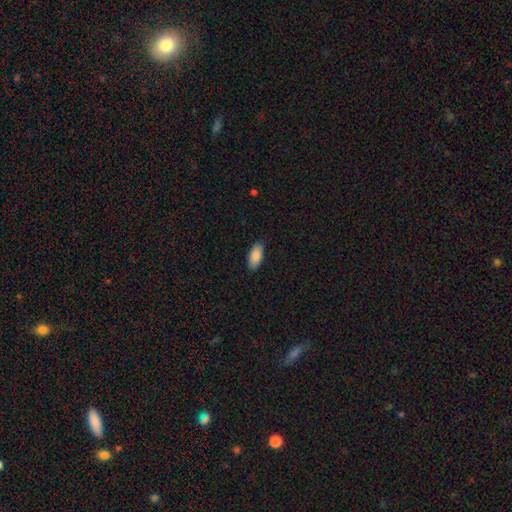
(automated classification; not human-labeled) A smooth galaxy with no disk features (88%) that is in between round and cigar-shaped (89%).

Vote fractions:
- Smooth or featured? smooth: 88% / star or artifact: 6% / featured or disk: 6%
- How rounded? in between: 89% / cigar-shaped: 9% / round: 2%
- Merging? none: 88% / minor disturbance: 9% / major disturbance: 2% / merger: 1%